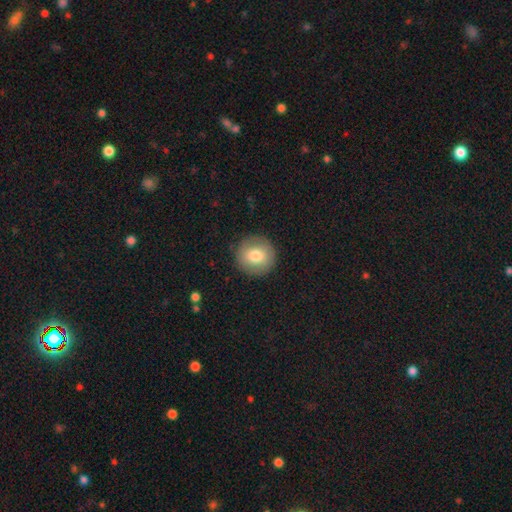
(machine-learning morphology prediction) This appears to be a smooth galaxy with no disk features (77%) that is round (95%). Merging: none (89%).